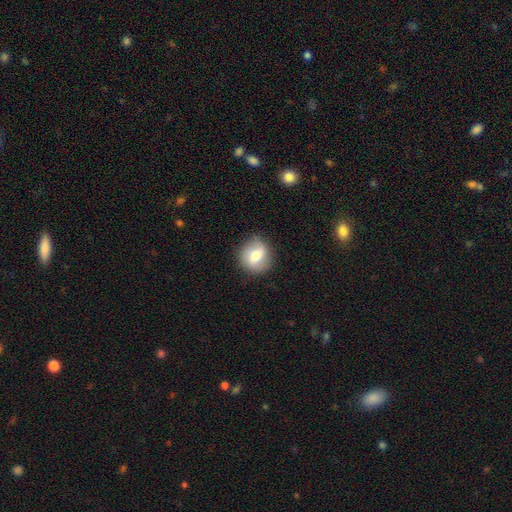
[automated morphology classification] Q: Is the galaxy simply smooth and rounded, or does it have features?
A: smooth — 61%.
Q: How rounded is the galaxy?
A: round — 78%.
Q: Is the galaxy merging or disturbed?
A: none — 82%.